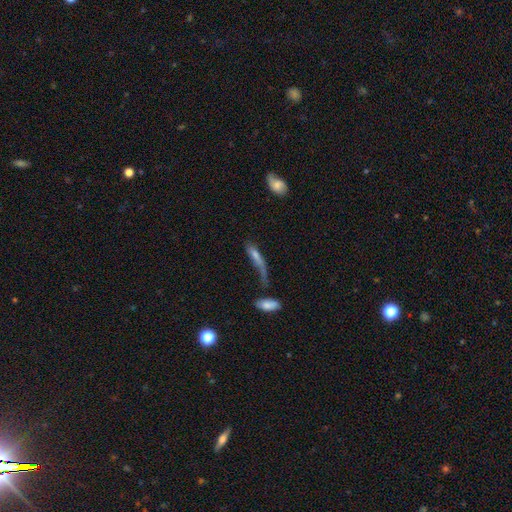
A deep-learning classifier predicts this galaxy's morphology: Q: Smooth or featured?
A: smooth (49%); runner-up: featured or disk (38%)
Q: Merging?
A: major disturbance (36%); runner-up: none (27%)